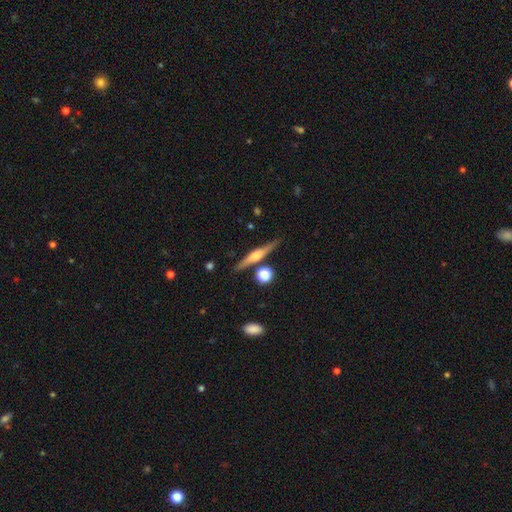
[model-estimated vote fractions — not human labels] This is likely a featured or disk galaxy (65%). It is clearly viewed edge-on (97%). Edge-on bulge: clearly rounded (81%). Merging: clearly none (84%).